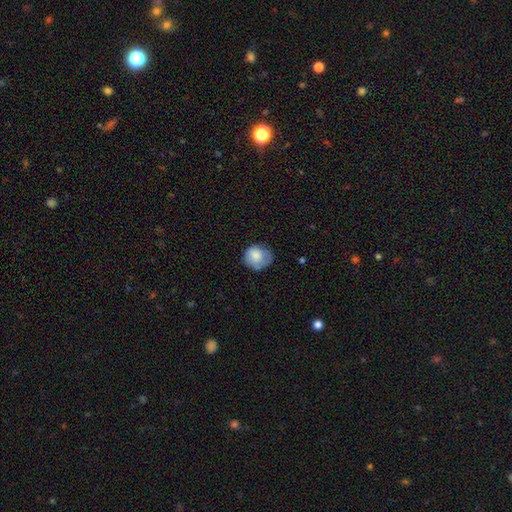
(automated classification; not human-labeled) smooth 76%, featured or disk 17%, star or artifact 7%. Down the decision tree: how rounded — round (68%); merging — none (57%).